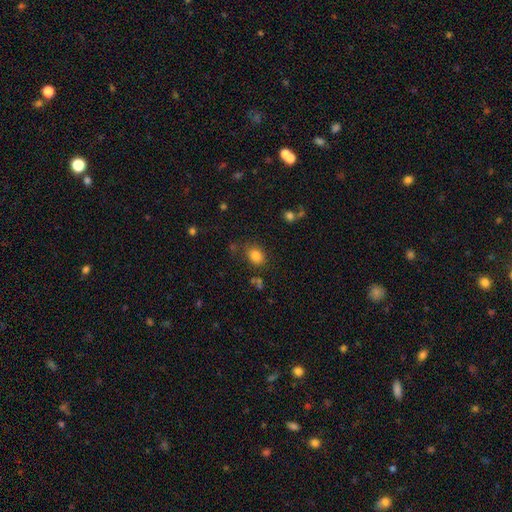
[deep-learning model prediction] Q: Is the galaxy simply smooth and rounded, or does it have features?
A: smooth — 82%.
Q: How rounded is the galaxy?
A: in between — 56%.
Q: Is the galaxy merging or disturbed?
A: none — 75%.